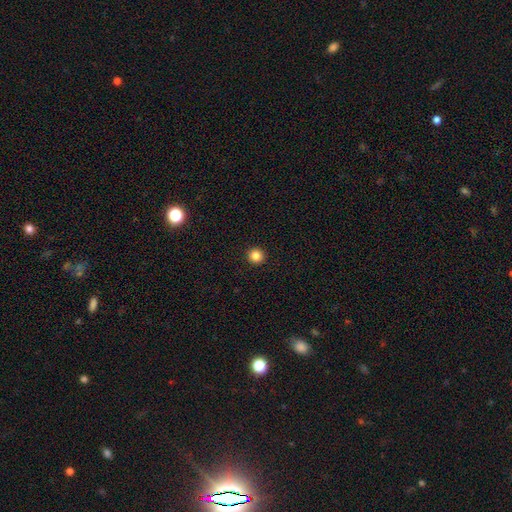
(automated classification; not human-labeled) Q: Smooth or featured?
A: smooth (84%); runner-up: star or artifact (12%)
Q: How rounded?
A: round (96%); runner-up: in between (3%)
Q: Merging?
A: none (94%); runner-up: minor disturbance (3%)